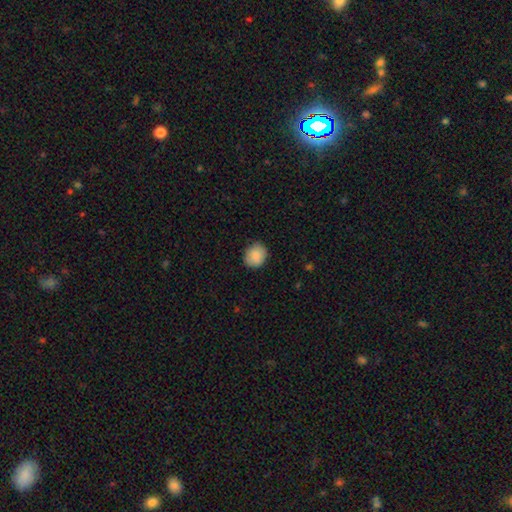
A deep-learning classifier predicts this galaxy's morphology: Overall: smooth (89%). How rounded: round (72%). Merging: none (85%).